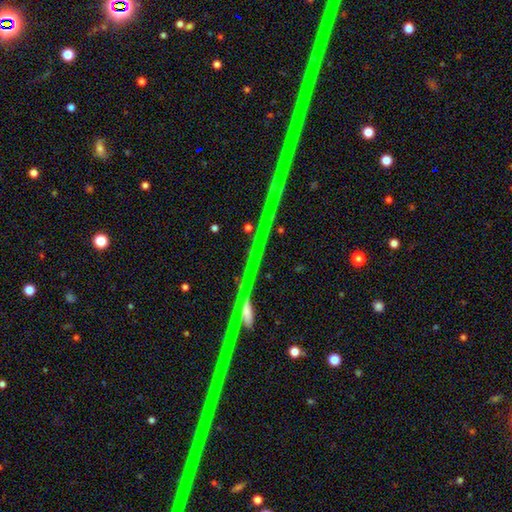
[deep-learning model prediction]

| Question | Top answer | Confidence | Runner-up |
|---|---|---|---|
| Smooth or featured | star or artifact | 81% | featured or disk (13%) |